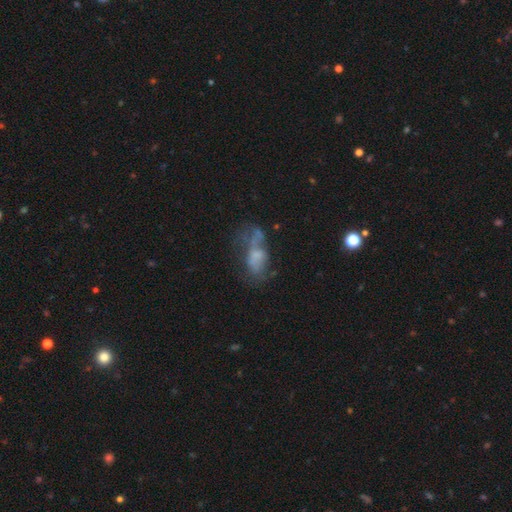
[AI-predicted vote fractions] Overall: featured or disk (46%; smooth 39%). Merging: major disturbance (36%; none 31%).